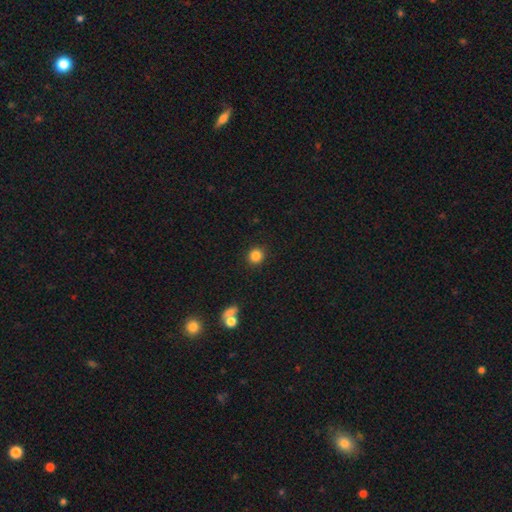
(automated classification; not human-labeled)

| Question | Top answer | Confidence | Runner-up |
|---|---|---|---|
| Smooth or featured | smooth | 85% | star or artifact (11%) |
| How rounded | round | 90% | in between (9%) |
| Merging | none | 90% | minor disturbance (6%) |